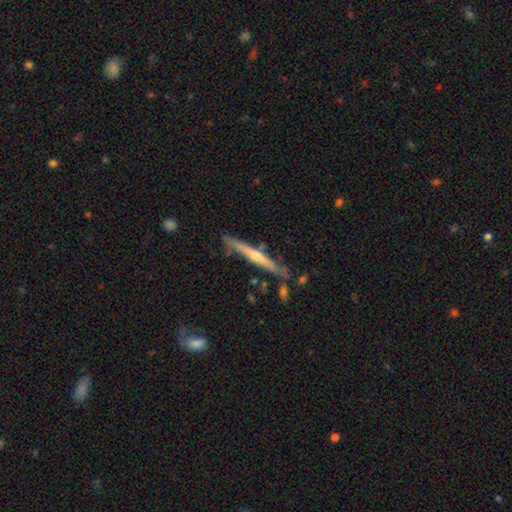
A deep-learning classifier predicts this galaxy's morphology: featured or disk 74%, smooth 21%, star or artifact 6%. Down the decision tree: edge-on disk — yes (97%); edge-on bulge — rounded (79%); merging — none (83%).